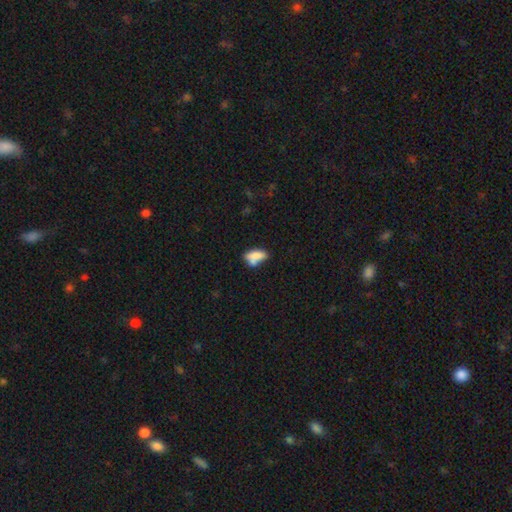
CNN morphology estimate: Smooth or featured?
  - smooth: 76% *
  - featured or disk: 15%
  - star or artifact: 8%
How rounded?
  - in between: 83% *
  - cigar-shaped: 13%
  - round: 4%
Merging?
  - none: 40% *
  - merger: 29%
  - minor disturbance: 22%
  - major disturbance: 9%